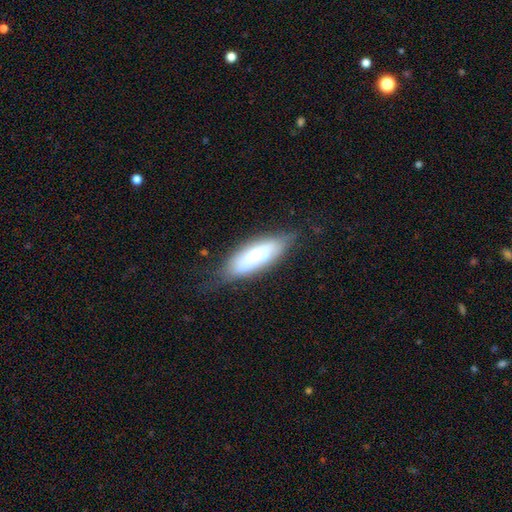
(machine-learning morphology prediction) This is possibly a smooth galaxy (58%). How rounded: possibly in between (59%). Merging: likely none (61%).